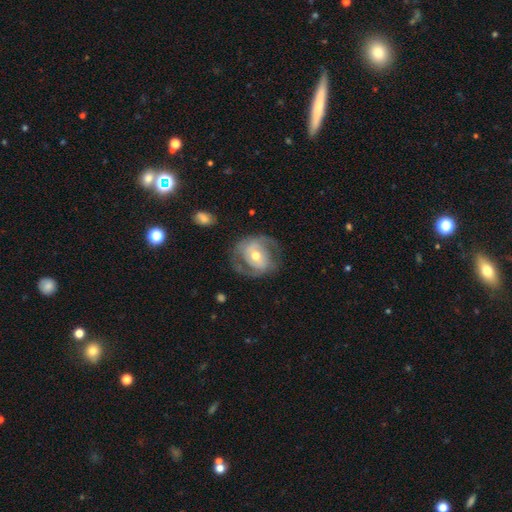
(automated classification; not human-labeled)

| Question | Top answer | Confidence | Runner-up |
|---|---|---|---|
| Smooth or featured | featured or disk | 73% | smooth (21%) |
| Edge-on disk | no | 97% | yes (3%) |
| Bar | no | 53% | weak (32%) |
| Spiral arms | yes | 77% | no (23%) |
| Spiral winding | medium | 44% | tight (34%) |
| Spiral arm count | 2 | 76% | can't tell (13%) |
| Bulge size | moderate | 69% | small (24%) |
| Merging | none | 63% | minor disturbance (19%) |